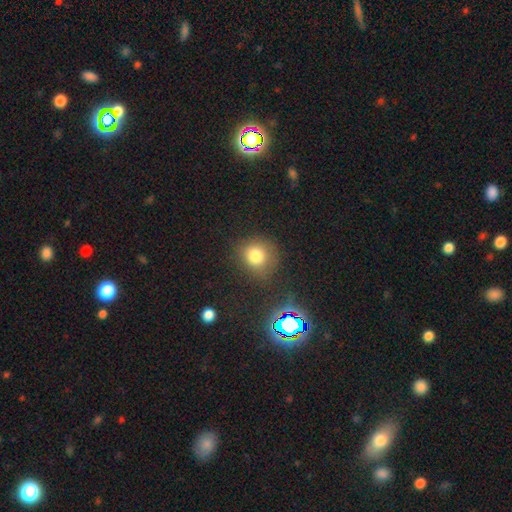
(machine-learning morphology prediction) Smooth or featured? smooth (76%)
How rounded? round (84%)
Merging? none (74%)